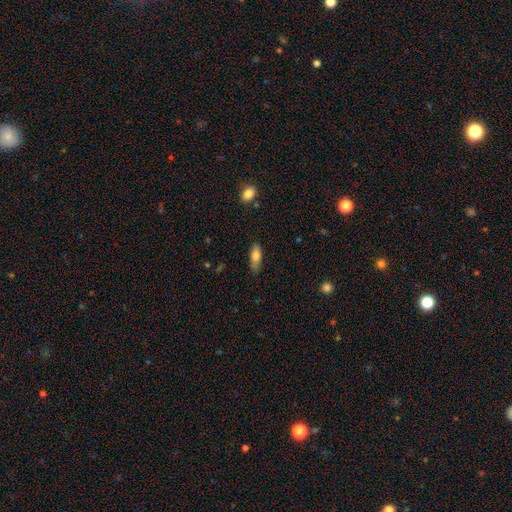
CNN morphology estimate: type=smooth (74%); roundness=in between (63%); merging=none (80%).